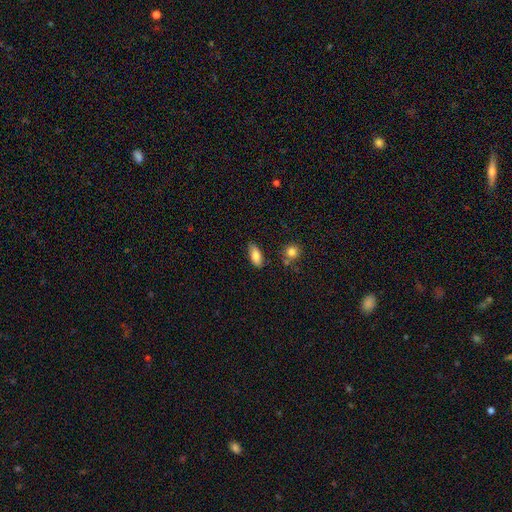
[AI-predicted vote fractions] Morphology: type=smooth (82%); roundness=in between (85%); merging=none (77%).